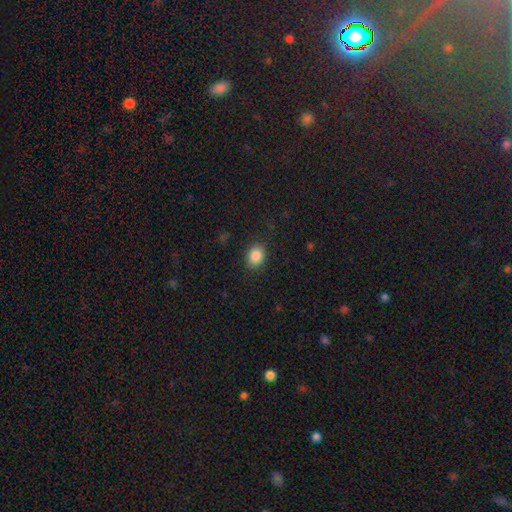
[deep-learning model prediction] Morphology: type=smooth (86%); roundness=in between (54%); merging=none (85%).